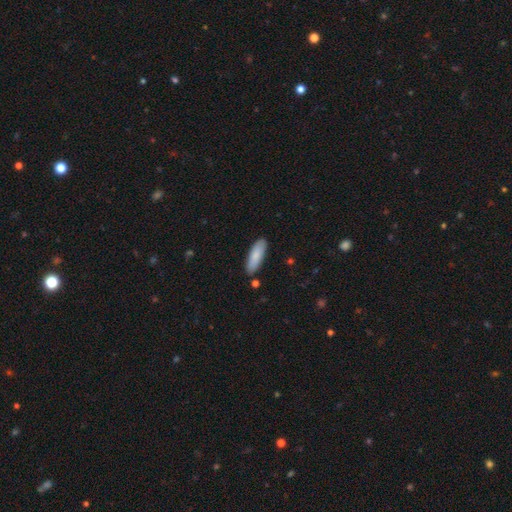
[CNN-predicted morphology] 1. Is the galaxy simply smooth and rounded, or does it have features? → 83% smooth, 11% featured or disk, 6% star or artifact.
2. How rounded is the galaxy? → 52% in between, 46% cigar-shaped, 2% round.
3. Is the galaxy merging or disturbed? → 86% none, 10% minor disturbance, 2% merger, 2% major disturbance.